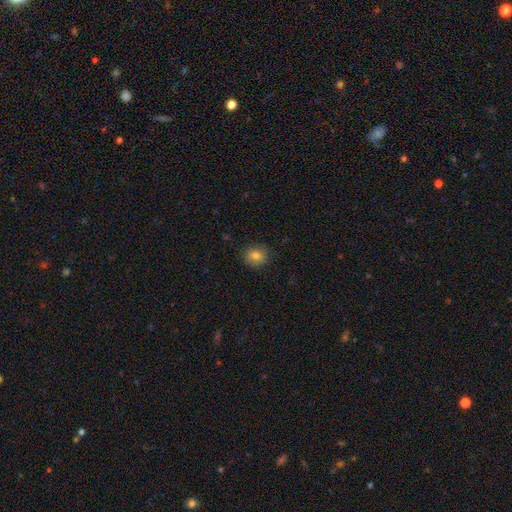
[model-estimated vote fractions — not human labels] The model was most divided on "how rounded": round: 75%, in between: 24%, cigar-shaped: 1%. More confident: merging — none (88%); smooth or featured — smooth (81%).